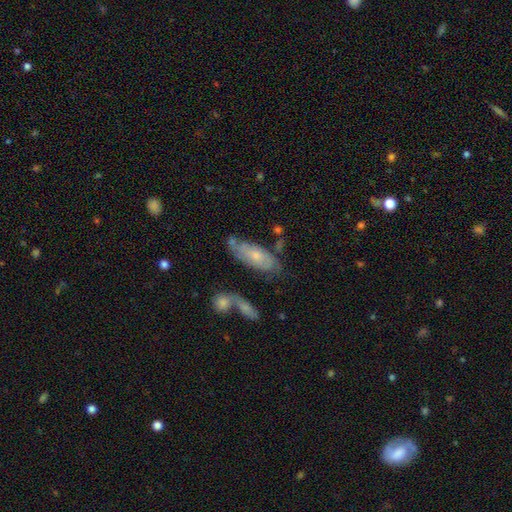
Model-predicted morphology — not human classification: smooth-or-featured: featured or disk: 49% | smooth: 44% | star or artifact: 7%
  merging: none: 56% | minor disturbance: 24% | merger: 12% | major disturbance: 9%